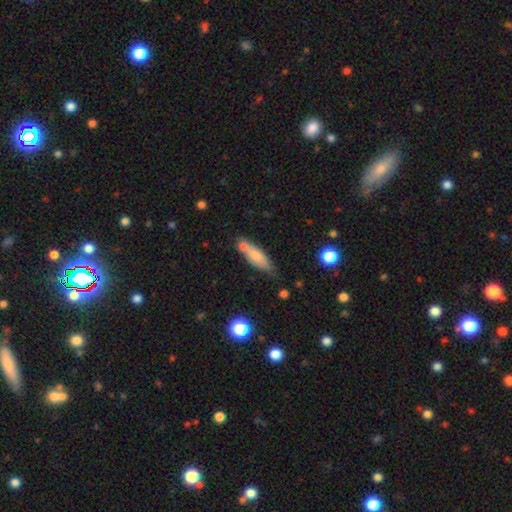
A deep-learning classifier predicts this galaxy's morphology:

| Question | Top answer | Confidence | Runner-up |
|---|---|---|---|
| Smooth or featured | smooth | 71% | featured or disk (22%) |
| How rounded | cigar-shaped | 50% | in between (48%) |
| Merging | none | 56% | minor disturbance (20%) |